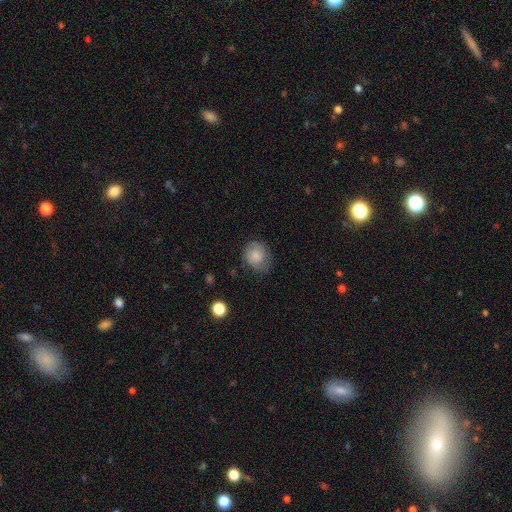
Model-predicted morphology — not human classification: Smooth or featured: smooth — 64% (featured or disk — 27%)
How rounded: round — 70% (in between — 29%)
Merging: none — 67% (minor disturbance — 25%)